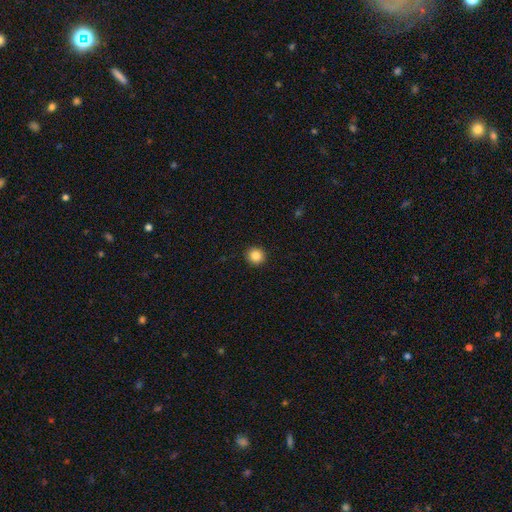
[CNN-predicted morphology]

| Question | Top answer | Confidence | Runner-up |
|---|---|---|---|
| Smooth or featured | smooth | 85% | star or artifact (10%) |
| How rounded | round | 94% | in between (5%) |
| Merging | none | 94% | minor disturbance (4%) |